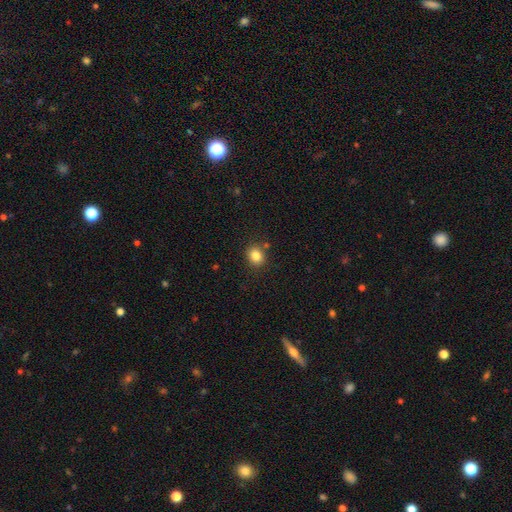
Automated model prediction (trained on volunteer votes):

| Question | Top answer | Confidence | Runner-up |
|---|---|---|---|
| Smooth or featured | smooth | 84% | star or artifact (11%) |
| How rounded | round | 71% | in between (28%) |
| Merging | none | 84% | minor disturbance (9%) |